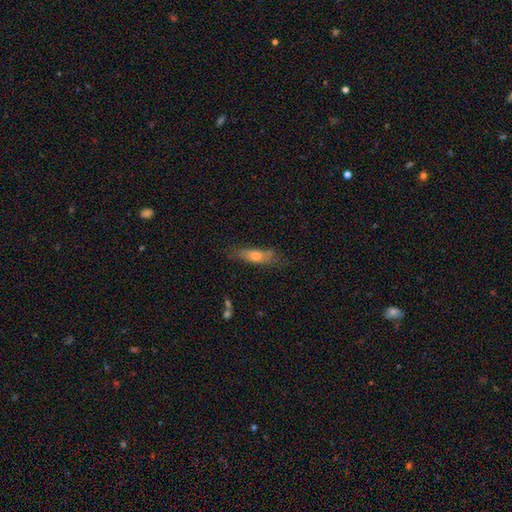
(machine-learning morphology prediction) Overall: smooth (53%; featured or disk 38%). How rounded: cigar-shaped (65%; in between 32%). Merging: none (68%).